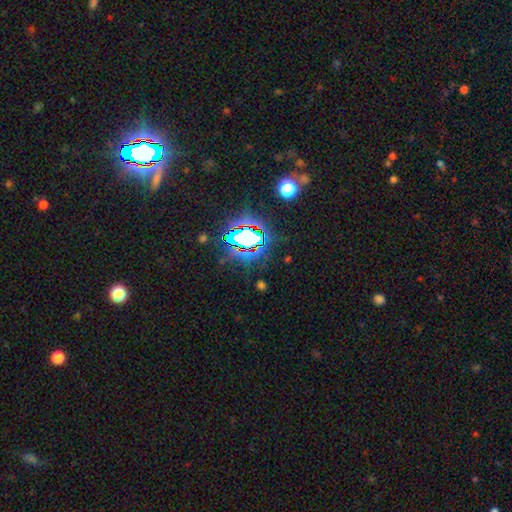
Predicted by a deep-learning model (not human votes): Q: Smooth or featured?
A: star or artifact (82%); runner-up: smooth (10%)